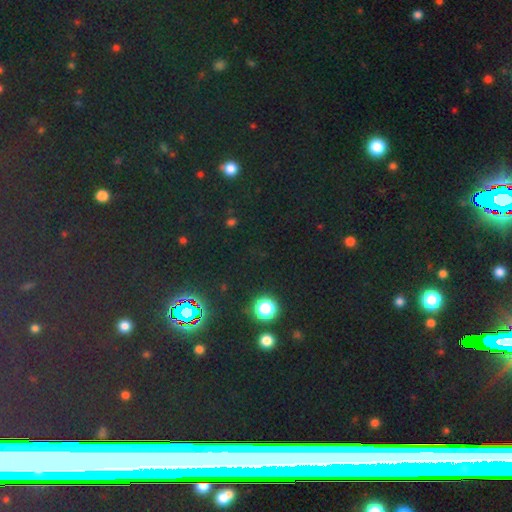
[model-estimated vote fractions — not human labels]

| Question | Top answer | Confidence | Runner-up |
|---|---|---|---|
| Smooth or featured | star or artifact | 71% | smooth (19%) |